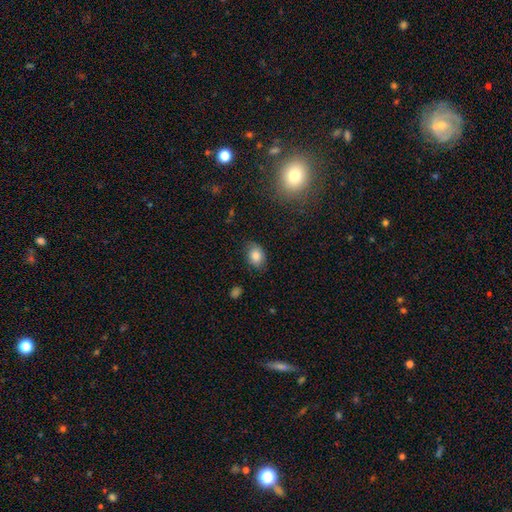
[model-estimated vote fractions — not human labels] smooth_or_featured: smooth (p=0.83) [alt: star or artifact p=0.09]
how_rounded: in between (p=0.67) [alt: round p=0.32]
merging: none (p=0.79) [alt: minor disturbance p=0.16]